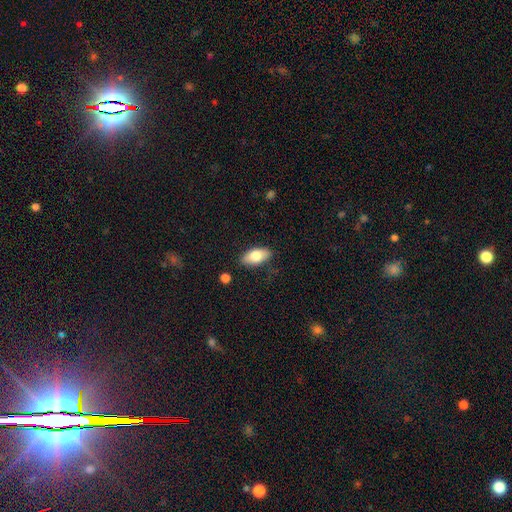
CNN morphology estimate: The model was most divided on "smooth or featured": smooth: 75%, featured or disk: 18%, star or artifact: 7%. More confident: how rounded — in between (89%); merging — none (82%).